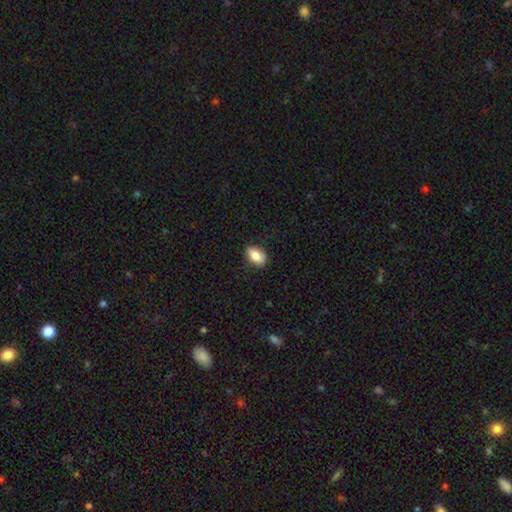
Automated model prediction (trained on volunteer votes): Smooth or featured?
  - smooth: 86% *
  - star or artifact: 7%
  - featured or disk: 7%
How rounded?
  - in between: 90% *
  - round: 8%
  - cigar-shaped: 2%
Merging?
  - none: 82% *
  - minor disturbance: 14%
  - major disturbance: 3%
  - merger: 1%